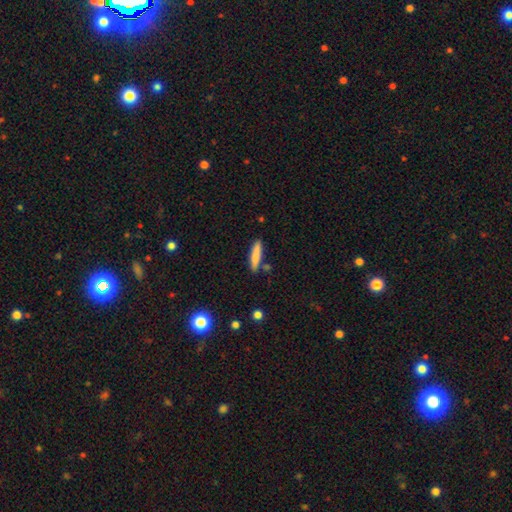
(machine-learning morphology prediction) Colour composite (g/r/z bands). It shows a smooth galaxy with no disk features (80%) that is cigar-shaped (84%). Merging: none (84%).